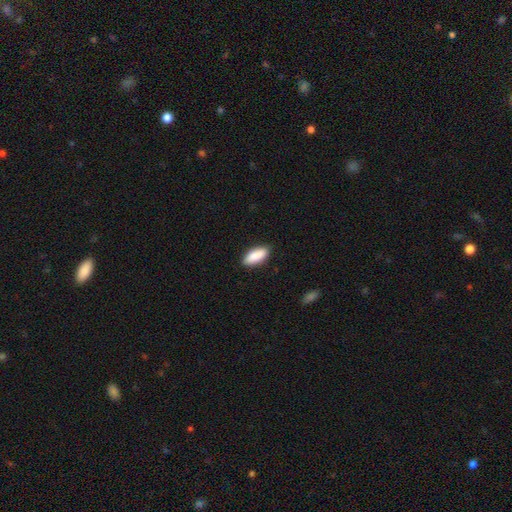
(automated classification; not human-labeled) smooth_or_featured: smooth (p=0.89) [alt: star or artifact p=0.06]
how_rounded: in between (p=0.79) [alt: cigar-shaped p=0.19]
merging: none (p=0.88) [alt: minor disturbance p=0.09]